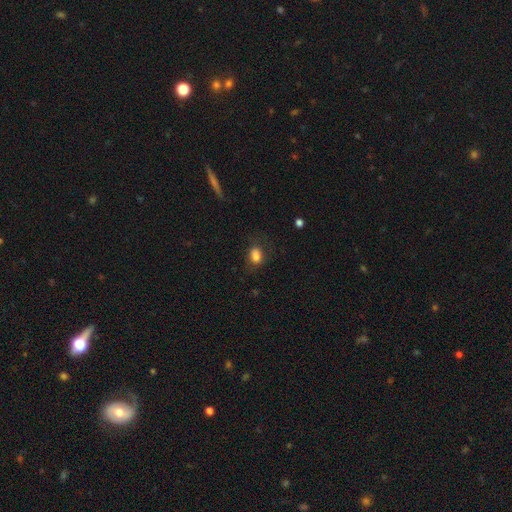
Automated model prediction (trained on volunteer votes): Smooth or featured?
  - smooth: 81% *
  - star or artifact: 11%
  - featured or disk: 7%
How rounded?
  - in between: 73% *
  - round: 26%
  - cigar-shaped: 2%
Merging?
  - none: 63% *
  - minor disturbance: 22%
  - major disturbance: 12%
  - merger: 2%